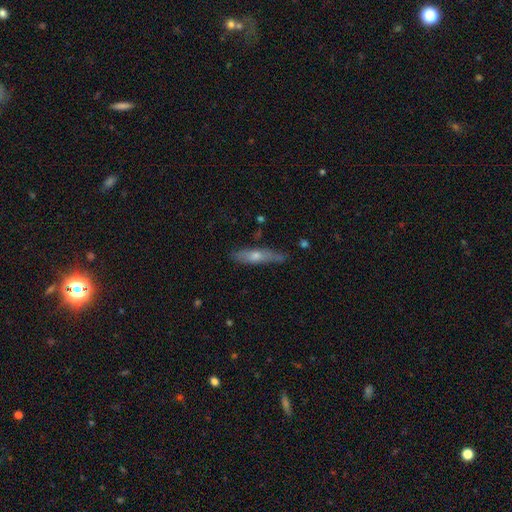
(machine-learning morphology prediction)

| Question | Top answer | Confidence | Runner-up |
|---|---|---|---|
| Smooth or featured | featured or disk | 49% | smooth (43%) |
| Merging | none | 78% | minor disturbance (17%) |